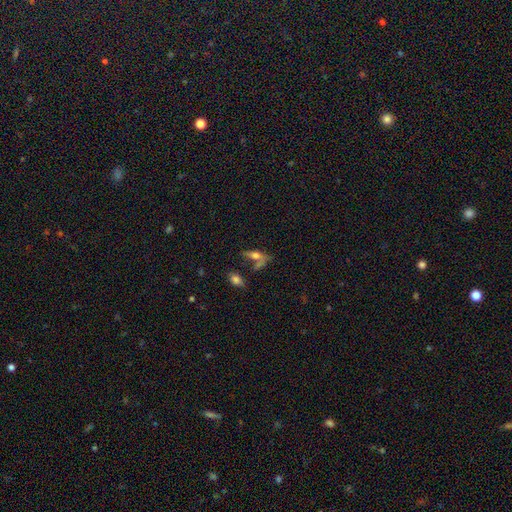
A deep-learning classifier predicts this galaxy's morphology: Smooth or featured: featured or disk — 42% (smooth — 40%)
Merging: none — 46% (merger — 31%)